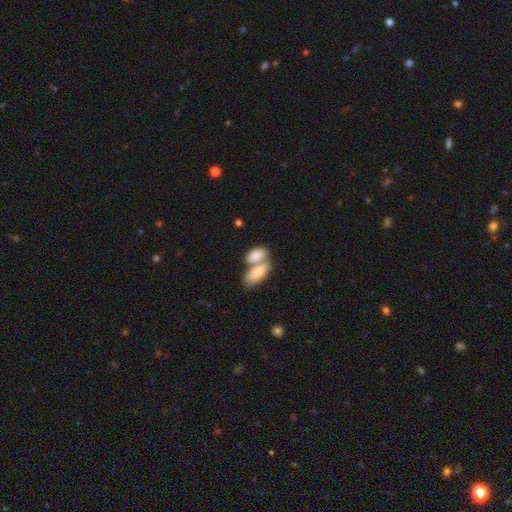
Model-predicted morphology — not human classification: A smooth galaxy with no disk features (81%) that is in between round and cigar-shaped (89%). Merging: merger (67%).